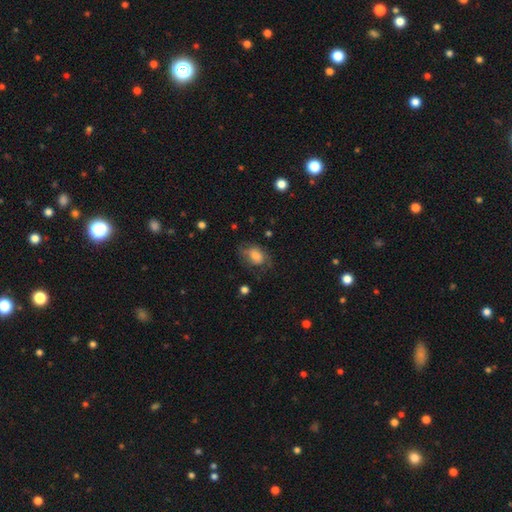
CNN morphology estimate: smooth_or_featured: smooth (p=0.65) [alt: featured or disk p=0.27]
how_rounded: in between (p=0.78) [alt: round p=0.20]
merging: none (p=0.52) [alt: minor disturbance p=0.27]